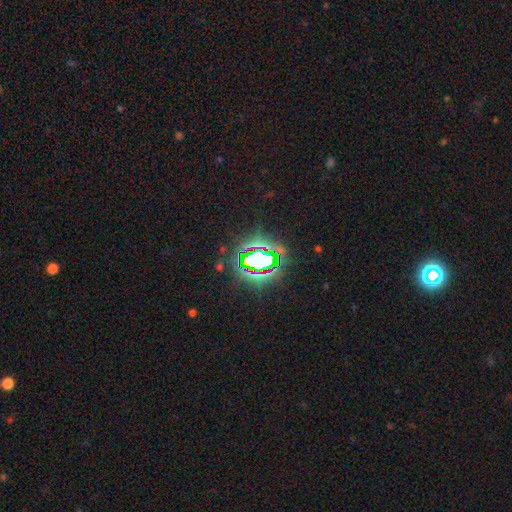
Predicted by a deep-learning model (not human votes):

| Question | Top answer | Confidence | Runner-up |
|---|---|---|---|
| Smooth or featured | star or artifact | 74% | smooth (15%) |